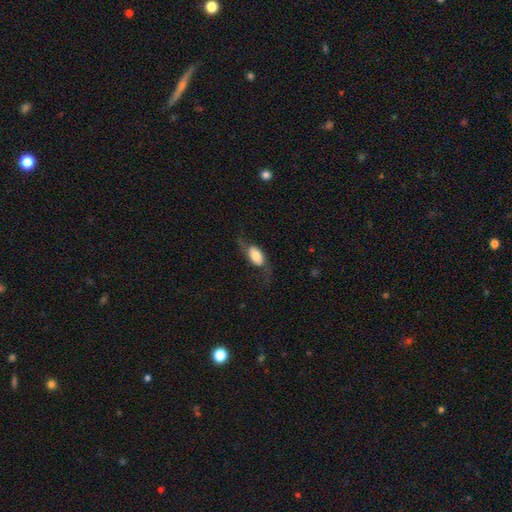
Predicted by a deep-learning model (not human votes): Morphology: type=smooth (47%); merging=none (54%).